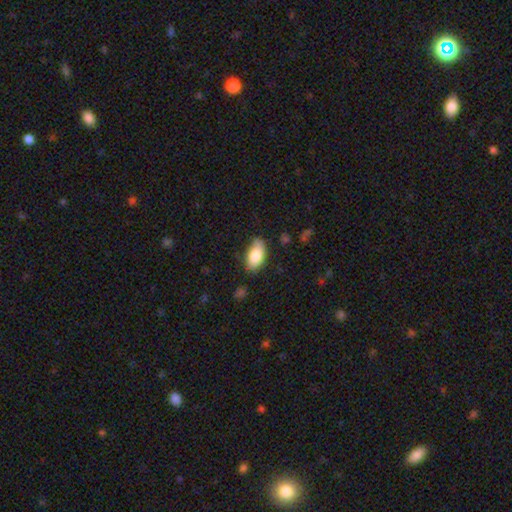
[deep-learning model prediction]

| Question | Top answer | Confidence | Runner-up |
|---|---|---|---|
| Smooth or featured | smooth | 83% | featured or disk (11%) |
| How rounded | in between | 93% | round (4%) |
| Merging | none | 69% | minor disturbance (25%) |